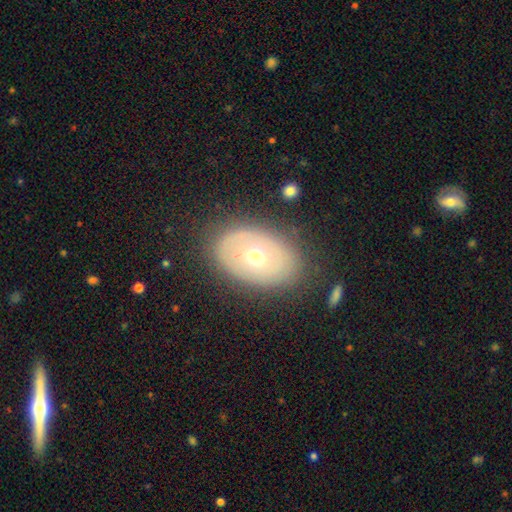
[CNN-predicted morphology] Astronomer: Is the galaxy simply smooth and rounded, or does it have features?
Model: featured or disk — 51% (runner-up: smooth, 42%).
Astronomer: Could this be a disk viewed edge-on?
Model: no — 91%.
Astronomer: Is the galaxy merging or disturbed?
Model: none — 81%.